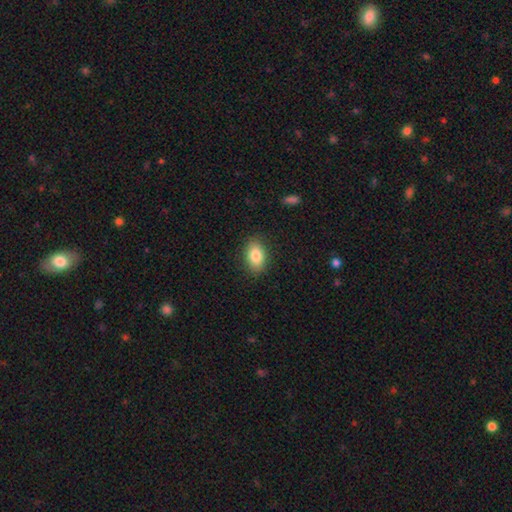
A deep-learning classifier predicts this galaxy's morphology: Smooth or featured? smooth (83%)
How rounded? in between (87%)
Merging? none (87%)